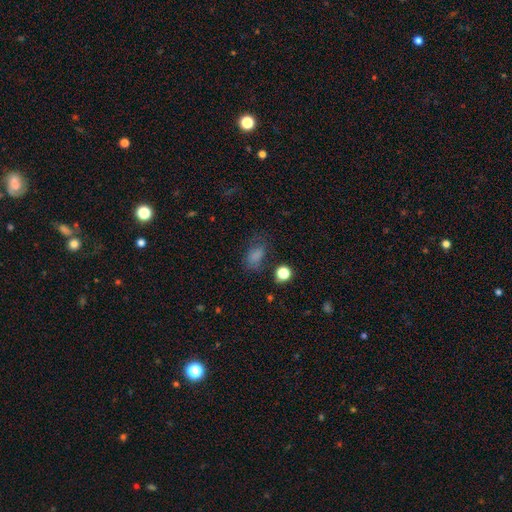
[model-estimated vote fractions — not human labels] Q: Smooth or featured?
A: smooth (74%); runner-up: star or artifact (16%)
Q: How rounded?
A: in between (80%); runner-up: round (17%)
Q: Merging?
A: none (57%); runner-up: minor disturbance (24%)